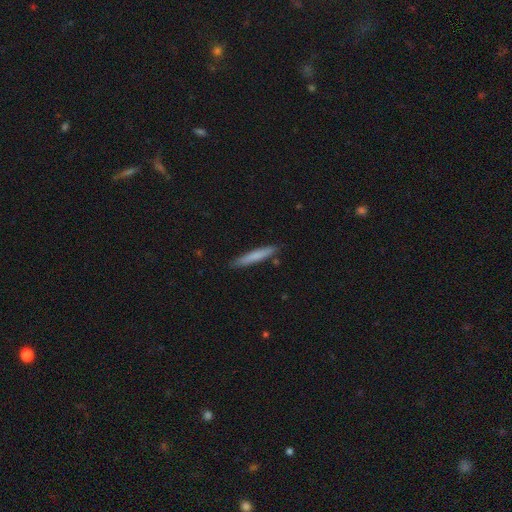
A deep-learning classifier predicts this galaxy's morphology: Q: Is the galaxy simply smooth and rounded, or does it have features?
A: smooth — 74%.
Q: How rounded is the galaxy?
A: cigar-shaped — 95%.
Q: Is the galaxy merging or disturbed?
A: none — 87%.